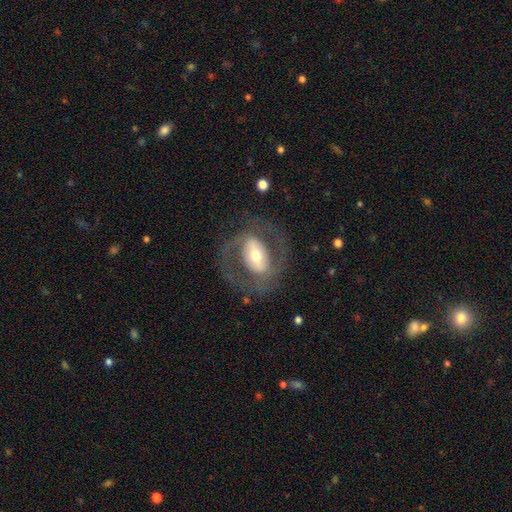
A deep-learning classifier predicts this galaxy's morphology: type=featured or disk (77%); edge-on=no (95%); bar=strong (41%); spiral arms=yes (71%); winding=medium (52%); arm count=2 (84%); bulge=moderate (63%); merging=none (73%).